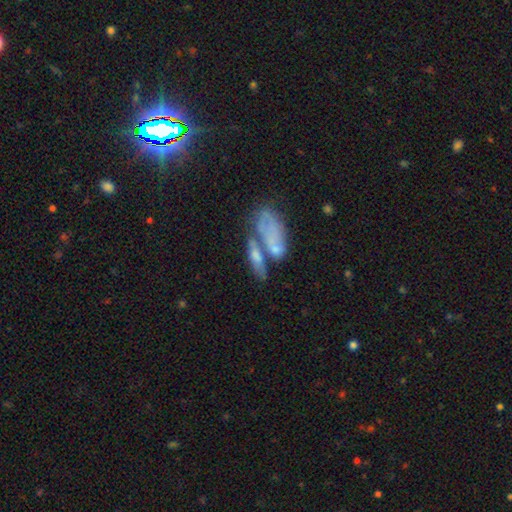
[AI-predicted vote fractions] This appears to be a smooth galaxy with no disk features (56%) that is in between round and cigar-shaped (58%). Merging: merger (48%).